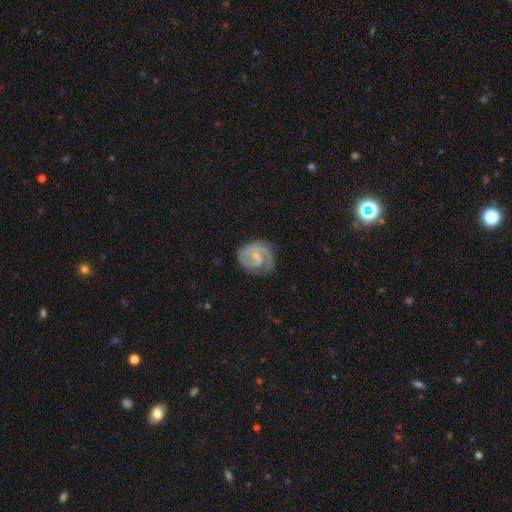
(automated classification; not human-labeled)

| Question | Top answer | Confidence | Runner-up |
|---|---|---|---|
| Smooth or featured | featured or disk | 87% | smooth (8%) |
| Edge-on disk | no | 98% | yes (2%) |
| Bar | weak | 52% | no (36%) |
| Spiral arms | yes | 98% | no (2%) |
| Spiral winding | medium | 47% | tight (44%) |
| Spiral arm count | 2 | 81% | 3 (7%) |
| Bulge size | small | 62% | none (18%) |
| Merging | none | 74% | minor disturbance (18%) |